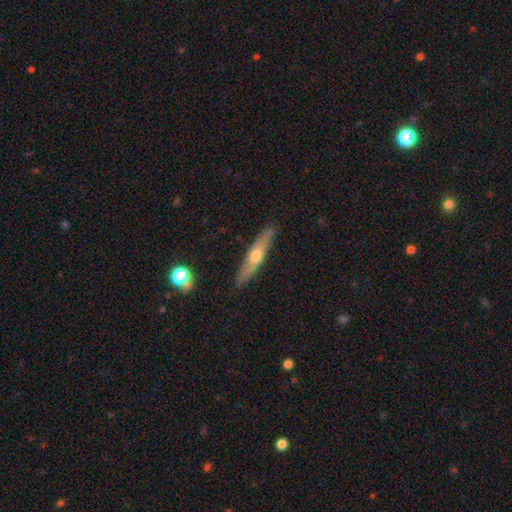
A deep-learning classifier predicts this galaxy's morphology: This is possibly a featured or disk galaxy (50%). It is clearly viewed edge-on (88%). Merging: clearly none (87%).